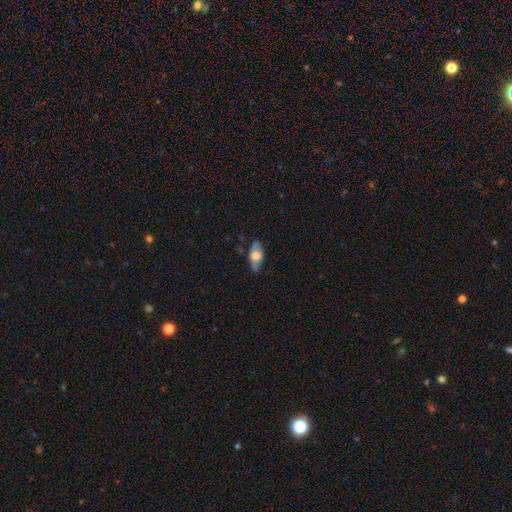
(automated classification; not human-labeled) smooth-or-featured: smooth: 60% | featured or disk: 34% | star or artifact: 6%
  how-rounded: in between: 87% | cigar-shaped: 9% | round: 4%
  merging: none: 77% | minor disturbance: 18% | major disturbance: 3% | merger: 1%